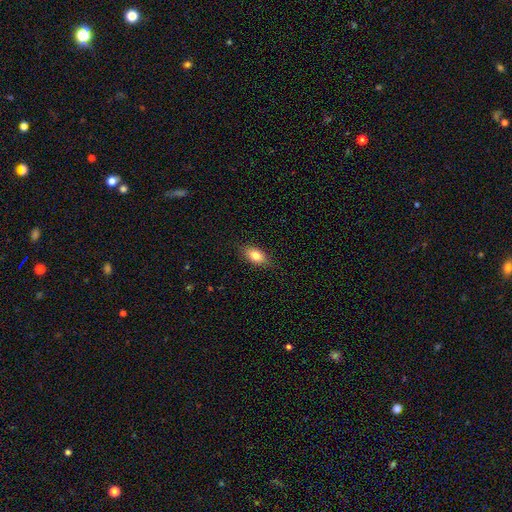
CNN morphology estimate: A smooth galaxy with no disk features (78%) that is in between round and cigar-shaped (84%).

Vote fractions:
- Smooth or featured? smooth: 78% / featured or disk: 14% / star or artifact: 8%
- How rounded? in between: 84% / round: 11% / cigar-shaped: 5%
- Merging? none: 83% / minor disturbance: 14% / major disturbance: 3% / merger: 1%